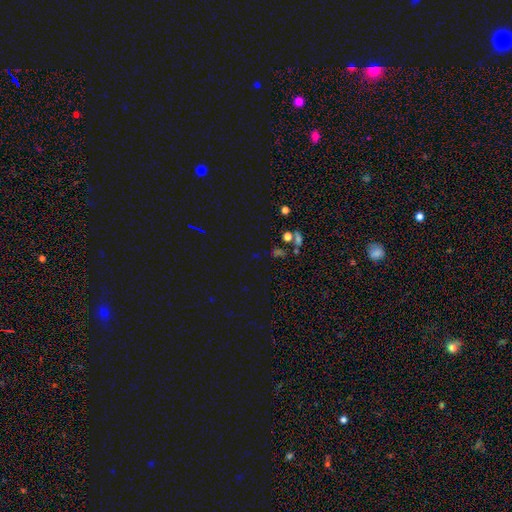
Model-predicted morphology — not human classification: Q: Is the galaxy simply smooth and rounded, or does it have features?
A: star or artifact — 62%.